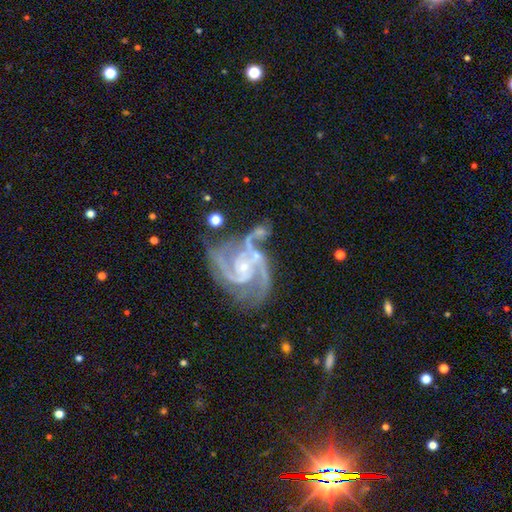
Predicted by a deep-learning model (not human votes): This is clearly a featured or disk galaxy (82%). It is clearly not viewed edge-on (97%). Bar: possibly weak (45%). Spiral arm pattern: clearly yes (97%). Spiral arm count: marginally 2 (41%). Spiral winding: possibly medium (48%). Central bulge: likely small (64%). Merging: possibly none (57%).